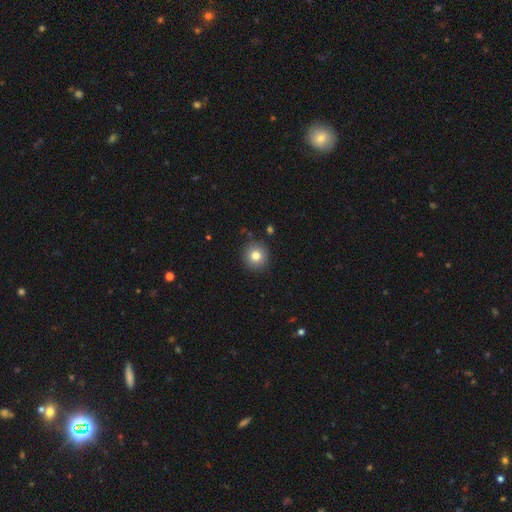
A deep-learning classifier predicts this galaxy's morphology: This is clearly a smooth galaxy (80%). How rounded: clearly round (93%). Merging: clearly none (89%).